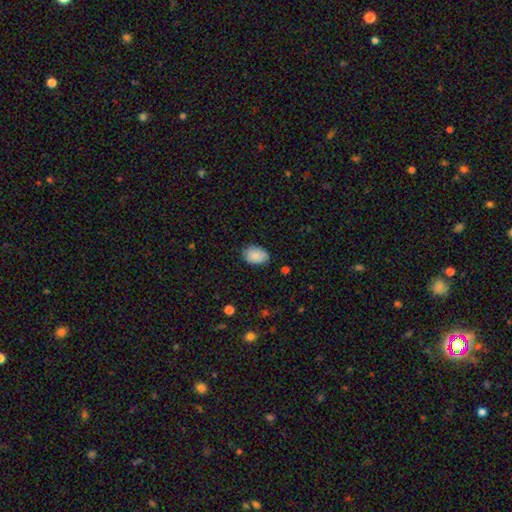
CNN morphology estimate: Overall: smooth (87%). How rounded: in between (79%). Merging: none (76%).